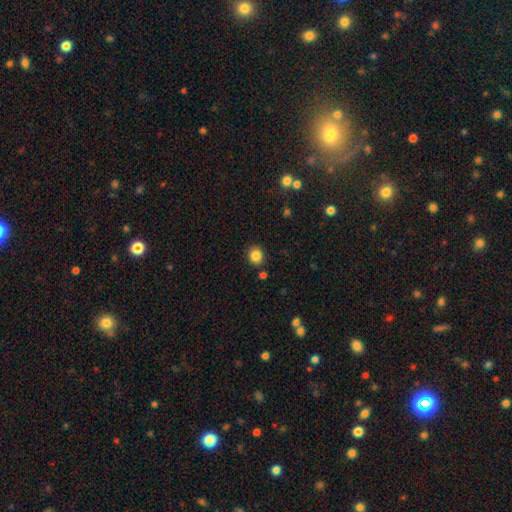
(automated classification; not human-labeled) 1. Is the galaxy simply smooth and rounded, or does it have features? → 85% smooth, 10% star or artifact, 4% featured or disk.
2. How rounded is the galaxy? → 81% round, 18% in between, 1% cigar-shaped.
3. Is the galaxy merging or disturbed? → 87% none, 8% minor disturbance, 4% merger, 2% major disturbance.